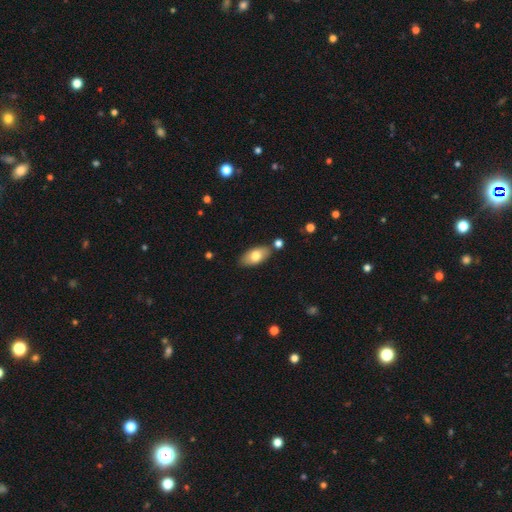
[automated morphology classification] Smooth or featured?
  - smooth: 75% *
  - featured or disk: 18%
  - star or artifact: 7%
How rounded?
  - in between: 91% *
  - cigar-shaped: 6%
  - round: 3%
Merging?
  - none: 81% *
  - minor disturbance: 12%
  - merger: 5%
  - major disturbance: 2%